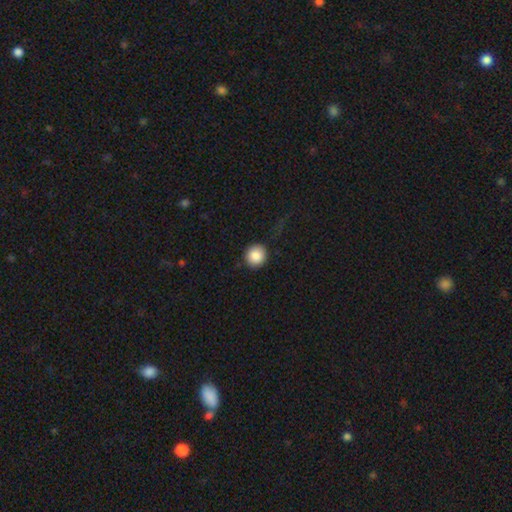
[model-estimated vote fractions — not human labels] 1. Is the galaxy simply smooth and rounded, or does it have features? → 87% smooth, 8% star or artifact, 5% featured or disk.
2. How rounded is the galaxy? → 92% round, 7% in between, 1% cigar-shaped.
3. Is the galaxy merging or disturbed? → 88% none, 8% minor disturbance, 3% major disturbance, 1% merger.